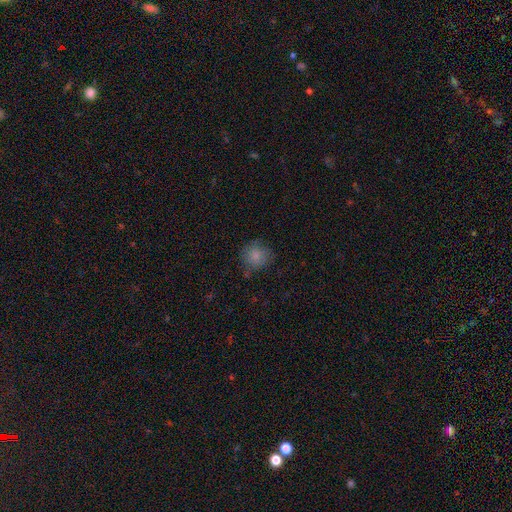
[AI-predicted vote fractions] The model was most divided on "merging": none: 76%, minor disturbance: 17%, major disturbance: 5%, merger: 3%. More confident: how rounded — round (90%); smooth or featured — smooth (82%).